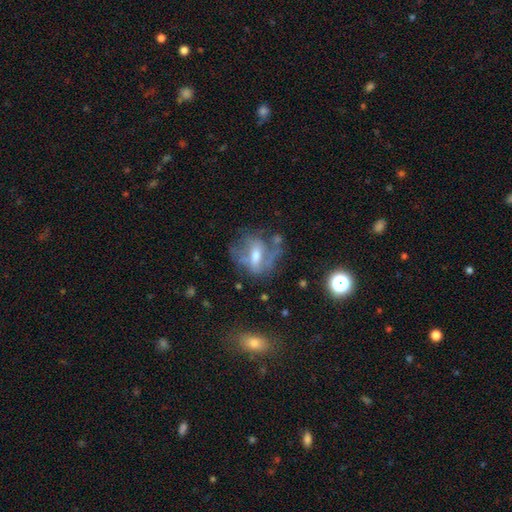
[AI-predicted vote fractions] This appears to be a featured or disk galaxy (61%) with a weak bar (41%), no spiral arms (53%) and a moderate central bulge (60%). Merging: none (46%).